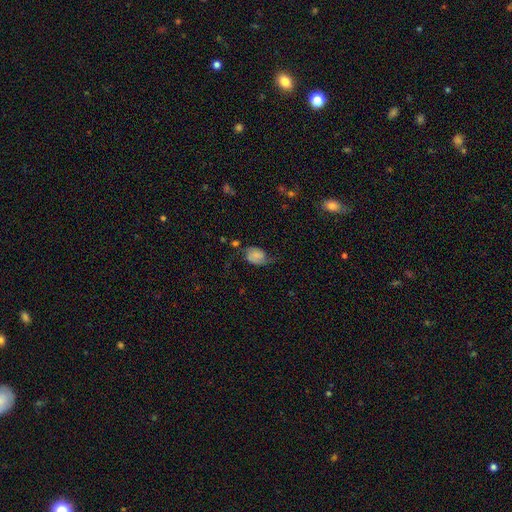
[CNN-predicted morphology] The model was most divided on "merging": none: 36%, minor disturbance: 34%, major disturbance: 26%, merger: 4%. More confident: how rounded — in between (69%); smooth or featured — smooth (52%).